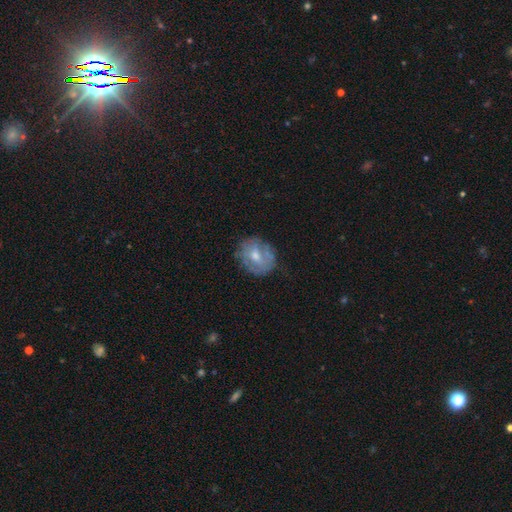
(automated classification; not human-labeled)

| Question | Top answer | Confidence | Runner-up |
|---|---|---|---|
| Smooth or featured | featured or disk | 49% | smooth (41%) |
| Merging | none | 73% | minor disturbance (19%) |